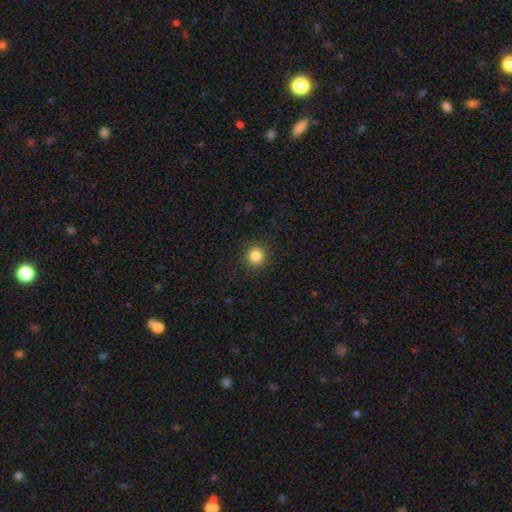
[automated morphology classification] The model was most divided on "smooth or featured": smooth: 84%, star or artifact: 11%, featured or disk: 4%. More confident: how rounded — round (94%); merging — none (91%).